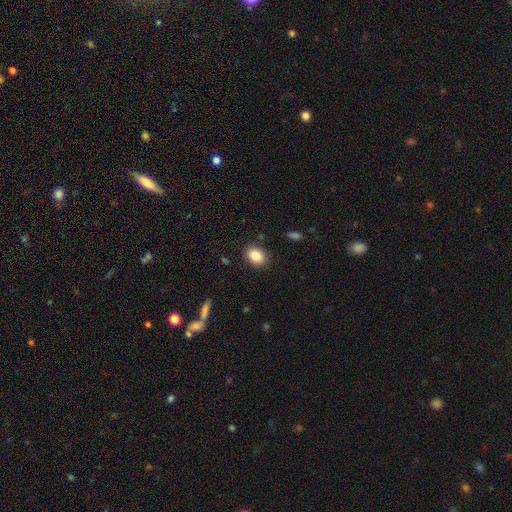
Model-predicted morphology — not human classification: Smooth or featured: smooth — 87% (star or artifact — 8%)
How rounded: in between — 77% (round — 22%)
Merging: none — 87% (minor disturbance — 9%)